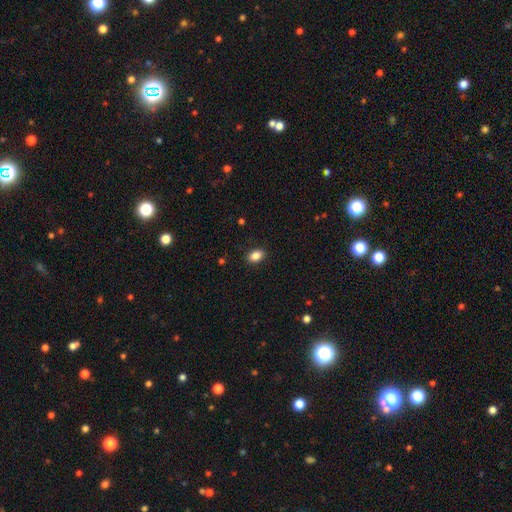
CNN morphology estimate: smooth_or_featured: smooth (p=0.87) [alt: star or artifact p=0.09]
how_rounded: in between (p=0.84) [alt: round p=0.14]
merging: none (p=0.89) [alt: minor disturbance p=0.08]